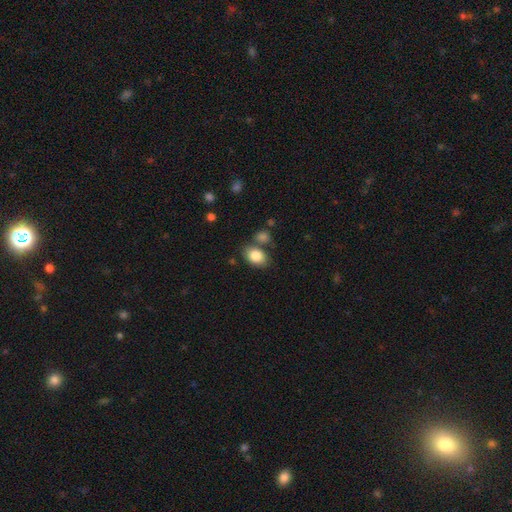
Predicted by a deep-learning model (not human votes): Smooth or featured? smooth (85%)
How rounded? in between (78%)
Merging? none (67%)